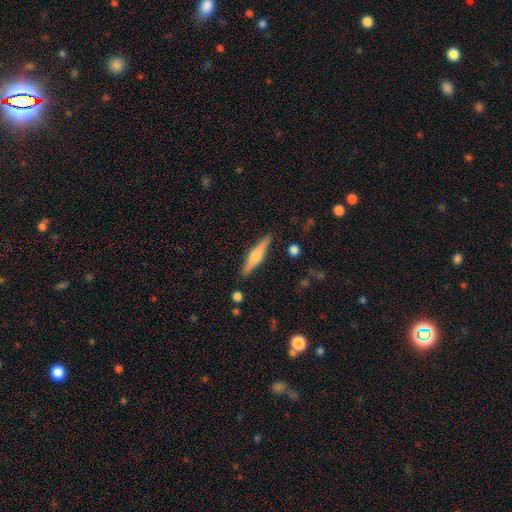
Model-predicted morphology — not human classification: smooth_or_featured: featured or disk (p=0.64) [alt: smooth p=0.30]
disk_edge_on: yes (p=0.97) [alt: no p=0.03]
edge_on_bulge: rounded (p=0.88) [alt: boxy p=0.09]
merging: none (p=0.88) [alt: minor disturbance p=0.08]